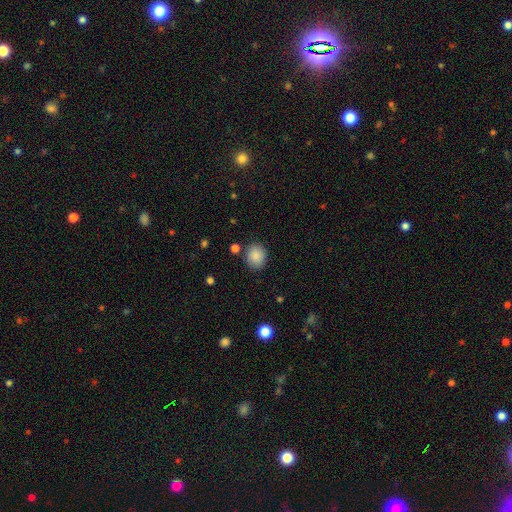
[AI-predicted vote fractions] Smooth or featured: smooth — 87% (star or artifact — 8%)
How rounded: round — 71% (in between — 28%)
Merging: none — 83% (minor disturbance — 11%)